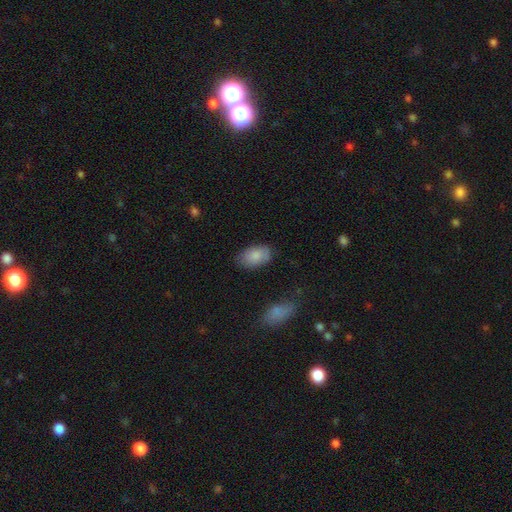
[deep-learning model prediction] Smooth or featured?
  - smooth: 84% *
  - featured or disk: 10%
  - star or artifact: 6%
How rounded?
  - in between: 92% *
  - round: 7%
  - cigar-shaped: 2%
Merging?
  - none: 77% *
  - minor disturbance: 17%
  - major disturbance: 4%
  - merger: 2%